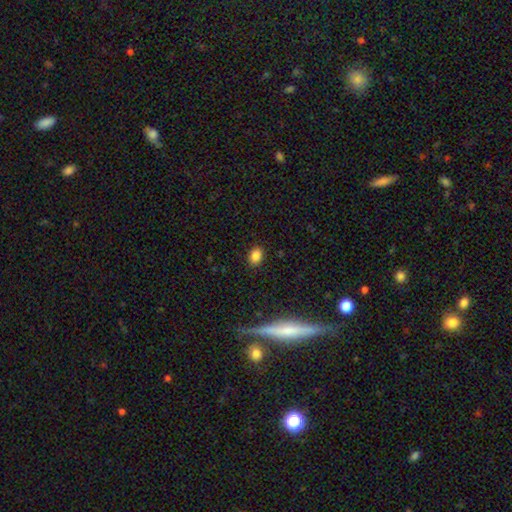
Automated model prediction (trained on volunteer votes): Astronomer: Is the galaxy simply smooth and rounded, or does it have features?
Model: smooth — 84%.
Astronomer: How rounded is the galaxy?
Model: in between — 69%.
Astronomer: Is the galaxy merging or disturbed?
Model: none — 88%.